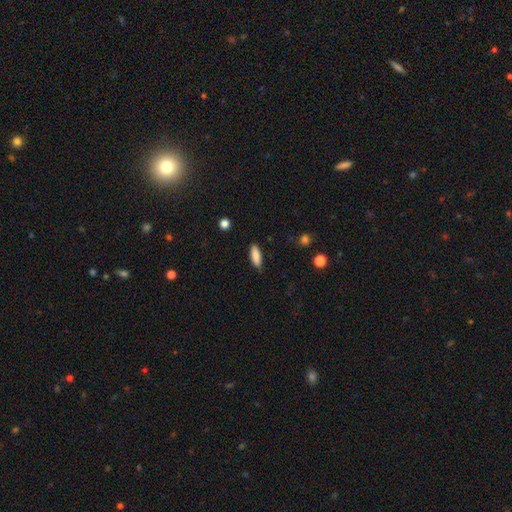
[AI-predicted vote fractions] Q: Smooth or featured?
A: smooth (87%); runner-up: featured or disk (7%)
Q: How rounded?
A: in between (59%); runner-up: cigar-shaped (39%)
Q: Merging?
A: none (84%); runner-up: minor disturbance (12%)